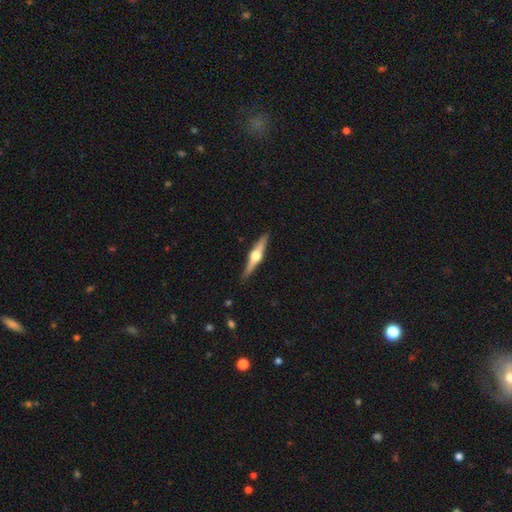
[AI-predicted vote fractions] A featured or disk galaxy (76%) viewed edge-on (98%) with a rounded central bulge (96%). Merging: none (90%).